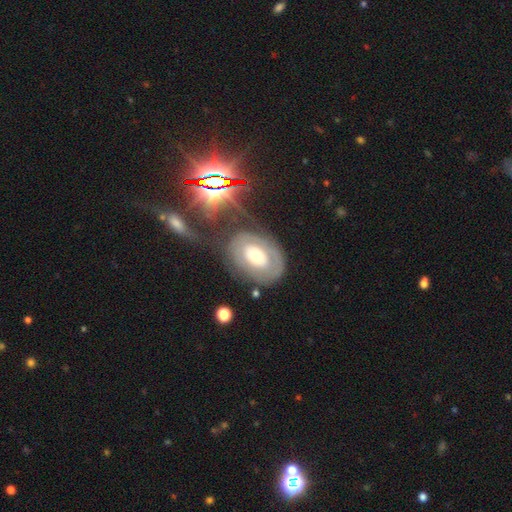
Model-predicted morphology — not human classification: smooth-or-featured: featured or disk: 55% | smooth: 34% | star or artifact: 11%
  disk-edge-on: no: 93% | yes: 7%
    bar: no: 76% | weak: 17% | strong: 7%
    has-spiral-arms: no: 60% | yes: 40%
    bulge-size: moderate: 62% | large: 19% | small: 14% | dominant: 2% | none: 1%
  merging: none: 69% | minor disturbance: 17% | major disturbance: 10% | merger: 4%